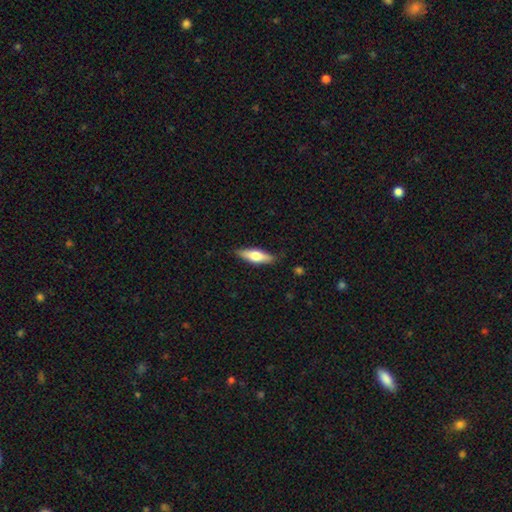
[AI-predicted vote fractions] Smooth or featured: smooth — 58% (featured or disk — 37%)
How rounded: in between — 50% (cigar-shaped — 48%)
Merging: none — 84% (minor disturbance — 13%)